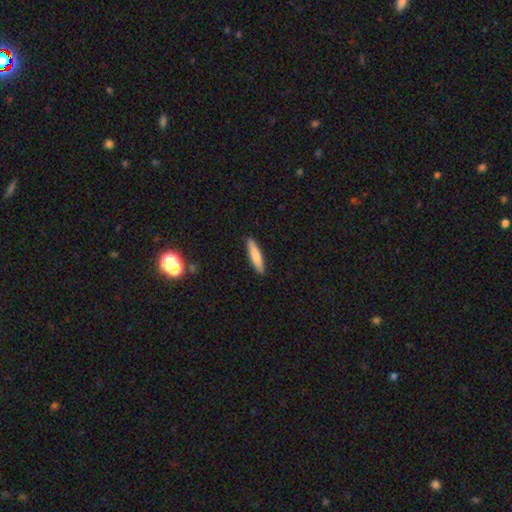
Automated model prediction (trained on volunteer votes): This appears to be a smooth galaxy with no disk features (79%) that is cigar-shaped (83%). Merging: none (90%).